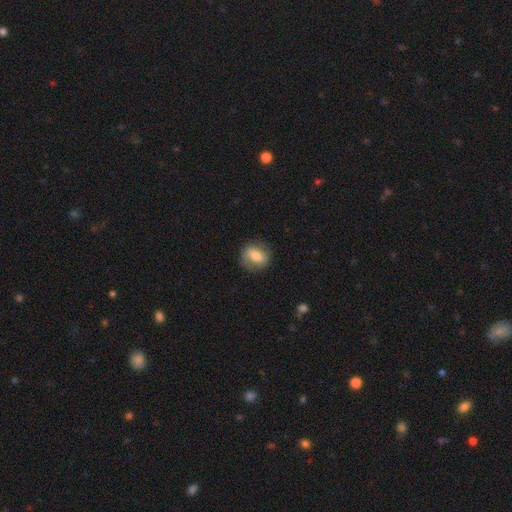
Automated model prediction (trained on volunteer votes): smooth 61%, featured or disk 31%, star or artifact 8%. Down the decision tree: how rounded — round (53%); merging — none (78%).